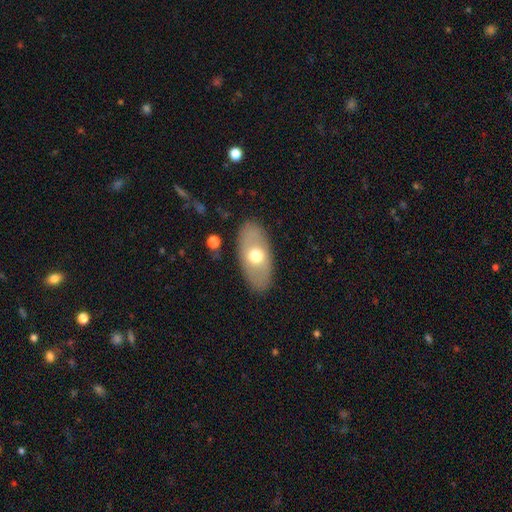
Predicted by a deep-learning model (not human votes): Smooth or featured? Predicted: smooth (p=0.57). How rounded? Predicted: in between (p=0.92). Merging? Predicted: none (p=0.84).